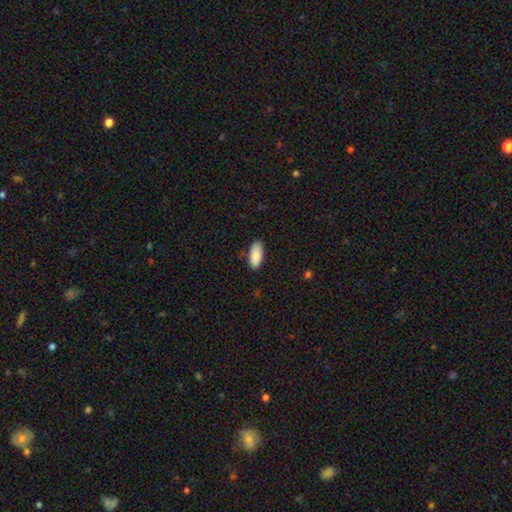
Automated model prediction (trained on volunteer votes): smooth_or_featured: smooth (p=0.89) [alt: star or artifact p=0.06]
how_rounded: in between (p=0.89) [alt: cigar-shaped p=0.10]
merging: none (p=0.85) [alt: minor disturbance p=0.12]